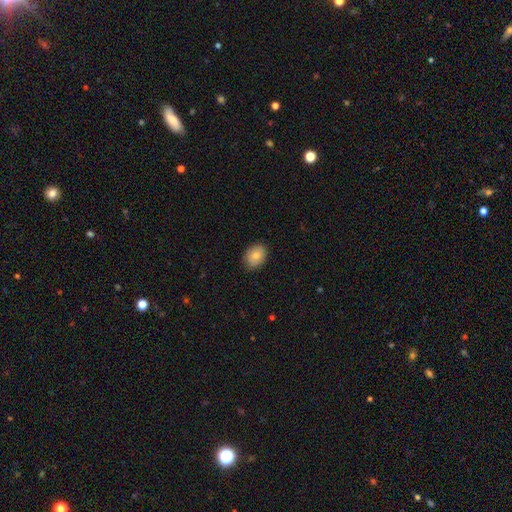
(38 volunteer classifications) smooth_or_featured: smooth (p=0.87) [alt: featured or disk p=0.13]
how_rounded: in between (p=0.70) [alt: round p=0.30]
merging: none (p=0.82) [alt: minor disturbance p=0.16]